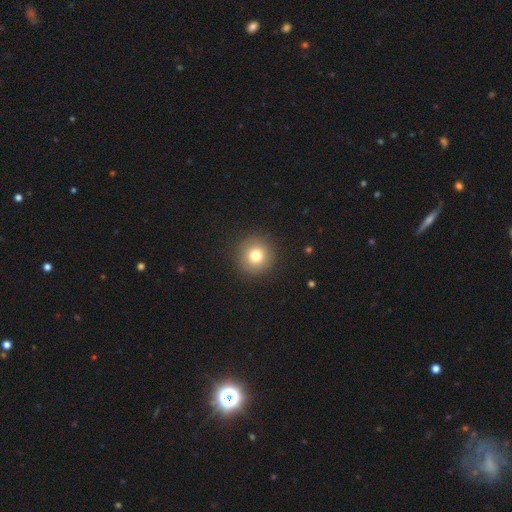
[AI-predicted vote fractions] smooth 77%, star or artifact 12%, featured or disk 11%. Down the decision tree: how rounded — round (95%); merging — none (91%).